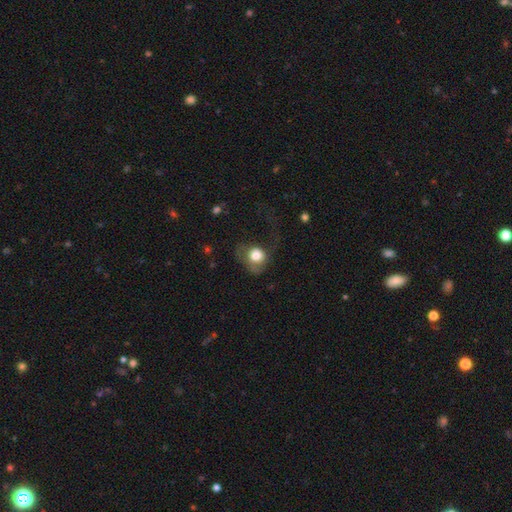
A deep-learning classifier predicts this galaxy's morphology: A smooth galaxy with no disk features (73%) that is round (65%). Merging: major disturbance (48%).